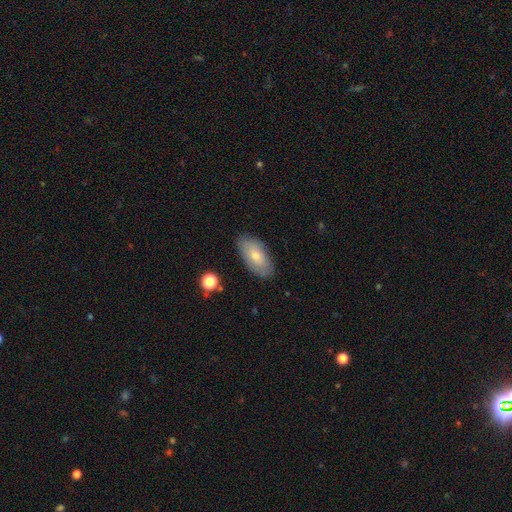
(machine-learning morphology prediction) This appears to be a smooth galaxy with no disk features (70%) that is in between round and cigar-shaped (92%). Merging: none (82%).